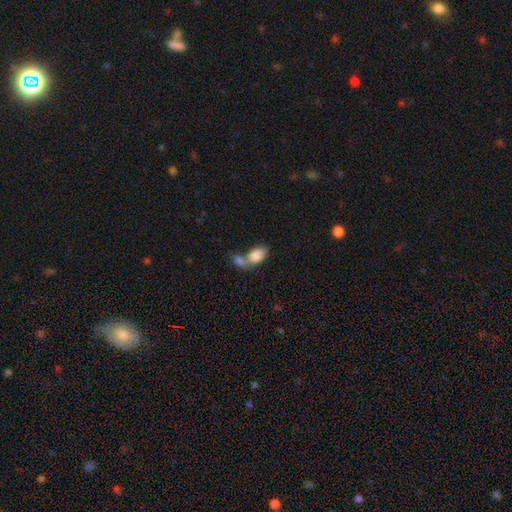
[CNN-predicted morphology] This is clearly a smooth galaxy (84%). How rounded: clearly in between (91%). Merging: possibly merger (59%).